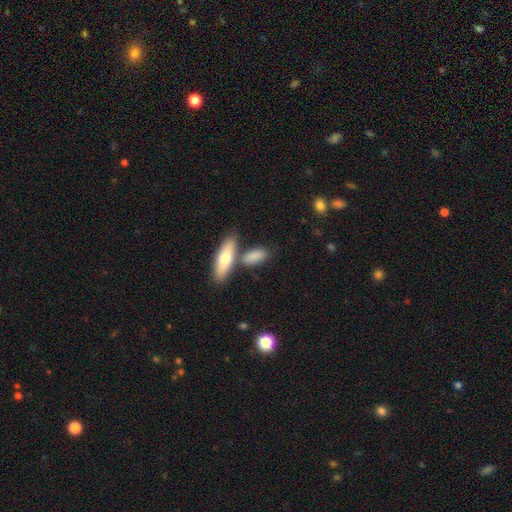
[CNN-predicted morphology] Overall: smooth (81%). How rounded: in between (75%). Merging: none (61%; merger 23%).